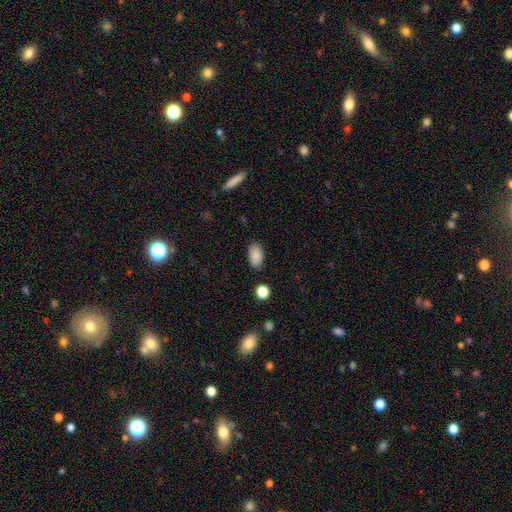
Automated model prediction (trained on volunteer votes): smooth 87%, star or artifact 8%, featured or disk 5%. Down the decision tree: how rounded — in between (93%); merging — none (85%).